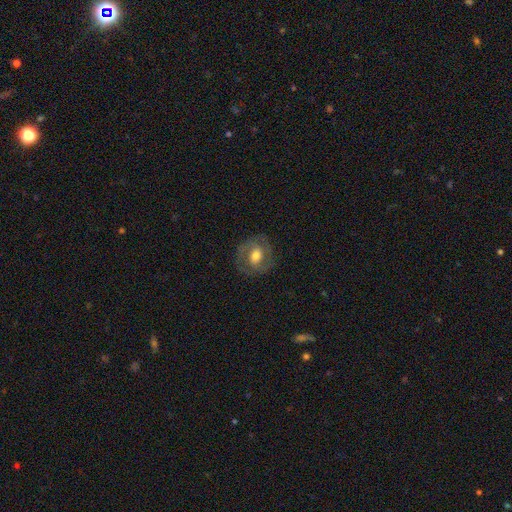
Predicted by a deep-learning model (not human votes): A featured or disk galaxy (55%) with no bar (42%), spiral arms (61%) and a moderate central bulge (62%).

Vote fractions:
- Smooth or featured? featured or disk: 55% / smooth: 37% / star or artifact: 7%
- Edge-on disk? no: 95% / yes: 5%
- Bar? no: 42% / weak: 39% / strong: 19%
- Spiral arms? yes: 61% / no: 39%
- Bulge size? moderate: 62% / large: 23% / small: 11% / dominant: 2% / none: 2%
- Merging? none: 79% / minor disturbance: 13% / major disturbance: 7% / merger: 1%